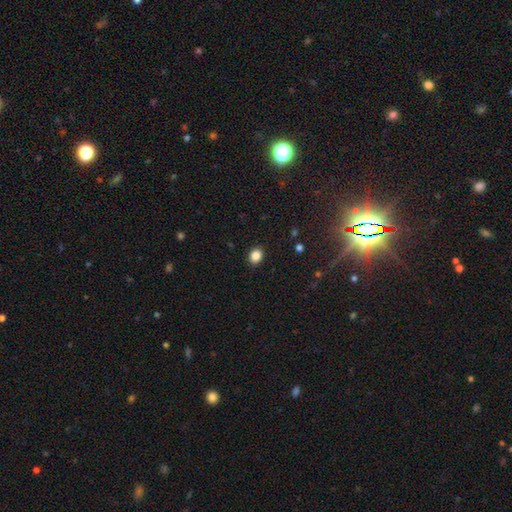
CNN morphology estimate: Q: Smooth or featured?
A: smooth (86%); runner-up: star or artifact (10%)
Q: How rounded?
A: in between (50%); runner-up: round (49%)
Q: Merging?
A: none (90%); runner-up: minor disturbance (7%)